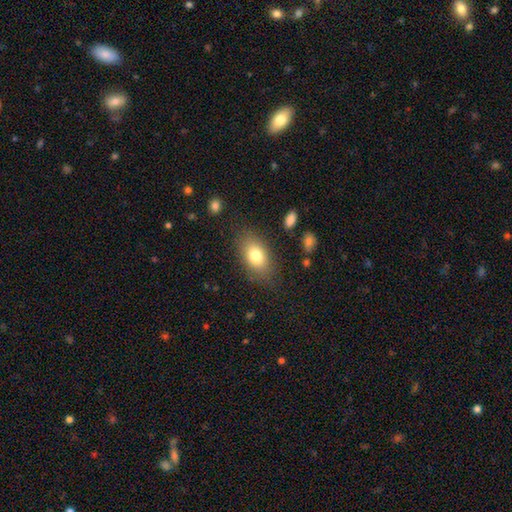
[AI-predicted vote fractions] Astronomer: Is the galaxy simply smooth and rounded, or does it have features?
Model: smooth — 78%.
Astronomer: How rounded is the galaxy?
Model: in between — 86%.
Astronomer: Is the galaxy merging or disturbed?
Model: none — 80%.